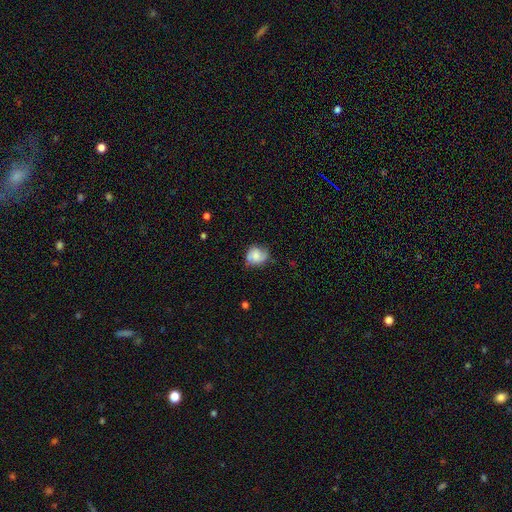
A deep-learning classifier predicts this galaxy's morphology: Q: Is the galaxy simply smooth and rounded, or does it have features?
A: smooth — 52%.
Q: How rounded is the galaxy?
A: round — 65%.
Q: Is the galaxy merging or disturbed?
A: none — 63%.